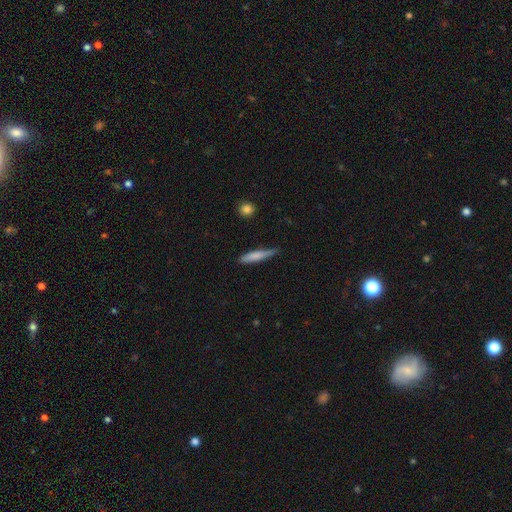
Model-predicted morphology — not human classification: The model was most divided on "merging": none: 73%, minor disturbance: 22%, major disturbance: 3%, merger: 2%. More confident: how rounded — cigar-shaped (90%); smooth or featured — smooth (73%).